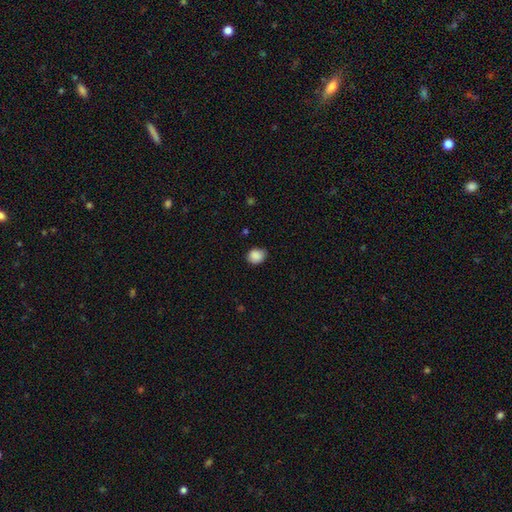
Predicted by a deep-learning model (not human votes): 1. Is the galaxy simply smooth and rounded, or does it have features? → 88% smooth, 8% star or artifact, 3% featured or disk.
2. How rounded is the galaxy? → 60% round, 39% in between, 1% cigar-shaped.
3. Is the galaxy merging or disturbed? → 77% none, 18% minor disturbance, 3% major disturbance, 1% merger.